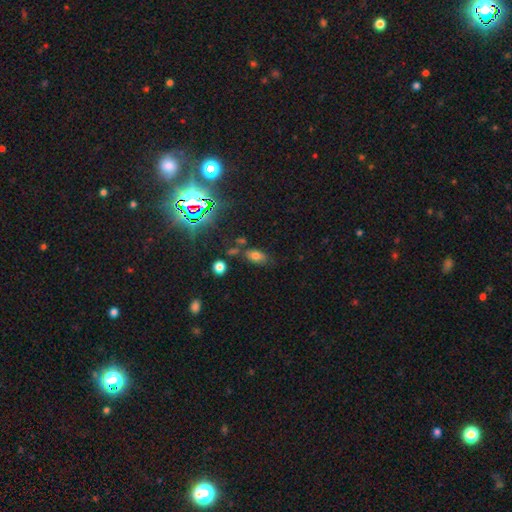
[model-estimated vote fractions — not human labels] smooth 66%, star or artifact 22%, featured or disk 12%. Down the decision tree: how rounded — in between (87%); merging — none (67%).